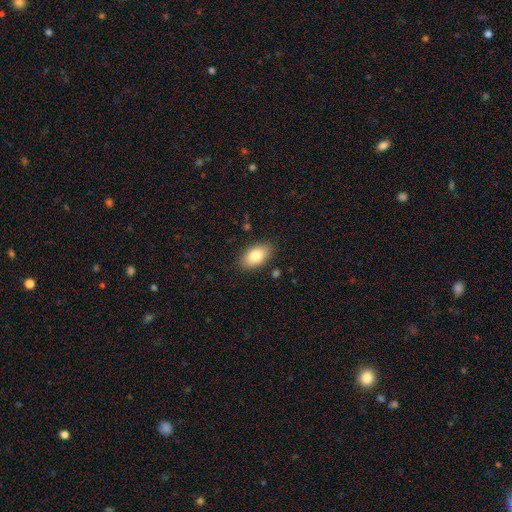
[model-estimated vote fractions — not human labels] Smooth or featured?
  - smooth: 82% *
  - featured or disk: 11%
  - star or artifact: 7%
How rounded?
  - in between: 92% *
  - round: 6%
  - cigar-shaped: 2%
Merging?
  - none: 85% *
  - minor disturbance: 11%
  - major disturbance: 3%
  - merger: 2%